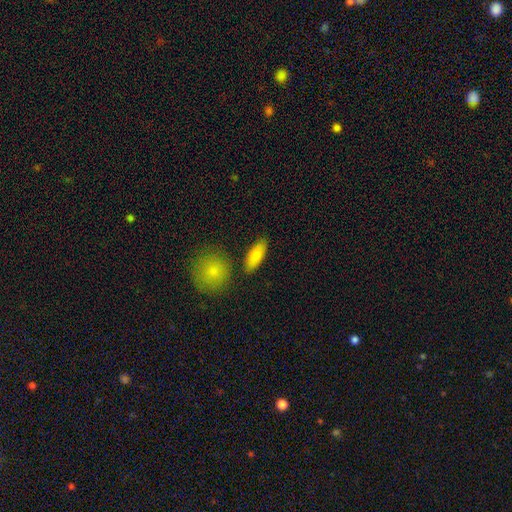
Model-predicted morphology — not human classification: type=smooth (83%); roundness=in between (78%); merging=none (83%).